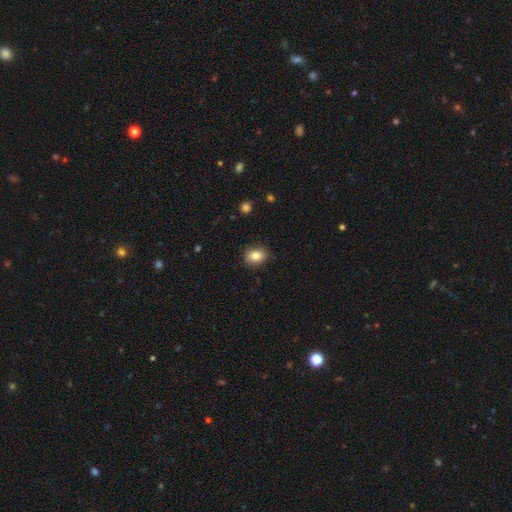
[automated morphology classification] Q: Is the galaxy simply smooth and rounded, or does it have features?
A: smooth — 84%.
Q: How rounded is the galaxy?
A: in between — 61%.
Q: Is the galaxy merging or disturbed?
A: none — 87%.